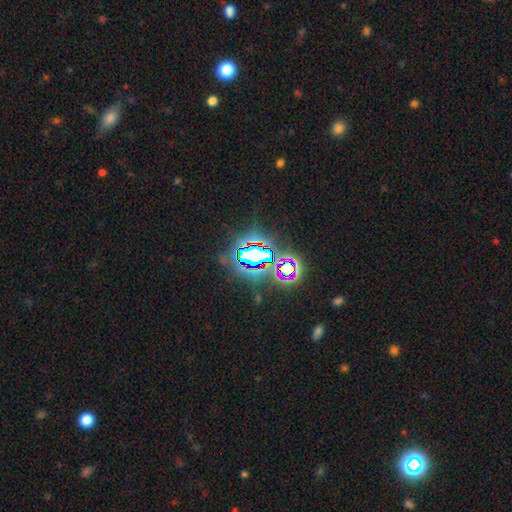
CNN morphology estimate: Smooth or featured?
  - star or artifact: 74% *
  - featured or disk: 13%
  - smooth: 13%